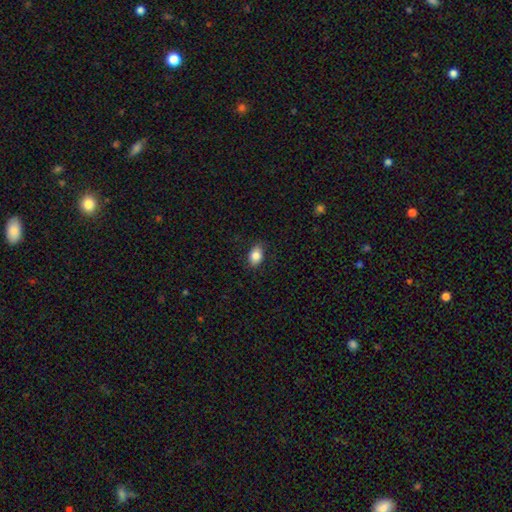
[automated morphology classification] A smooth galaxy with no disk features (85%) that is in between round and cigar-shaped (83%).

Vote fractions:
- Smooth or featured? smooth: 85% / star or artifact: 8% / featured or disk: 7%
- How rounded? in between: 83% / round: 16% / cigar-shaped: 1%
- Merging? none: 86% / minor disturbance: 11% / major disturbance: 3% / merger: 1%